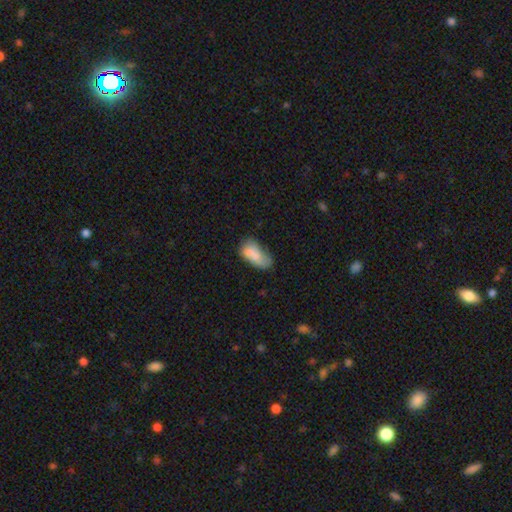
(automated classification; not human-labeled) A smooth galaxy with no disk features (77%) that is in between round and cigar-shaped (90%). Merging: none (35%).